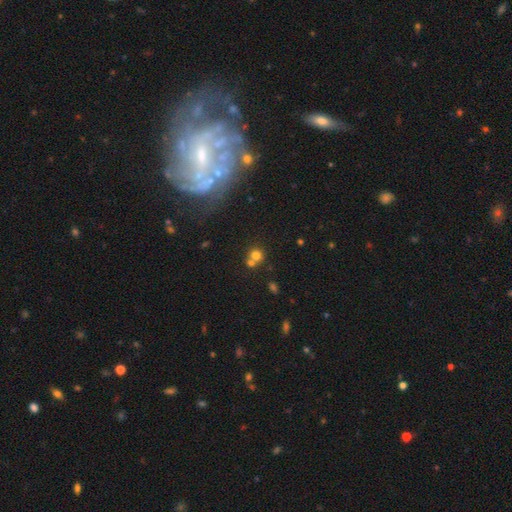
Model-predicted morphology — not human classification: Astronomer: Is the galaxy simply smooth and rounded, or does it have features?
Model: smooth — 71%.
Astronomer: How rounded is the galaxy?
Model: round — 85%.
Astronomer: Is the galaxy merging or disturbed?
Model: none — 47% (runner-up: merger, 43%).